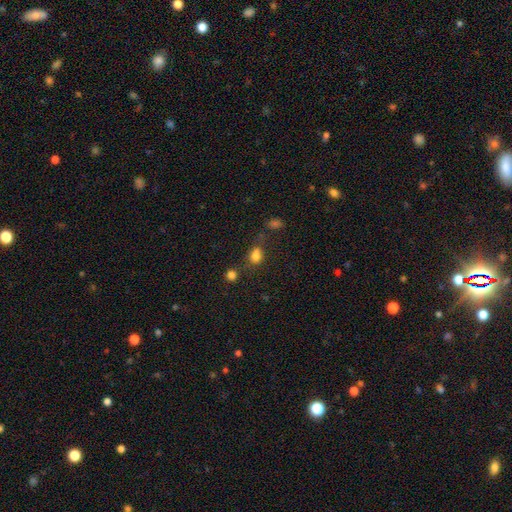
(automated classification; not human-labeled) Smooth or featured: smooth — 79% (star or artifact — 14%)
How rounded: in between — 53% (round — 45%)
Merging: none — 54% (minor disturbance — 20%)